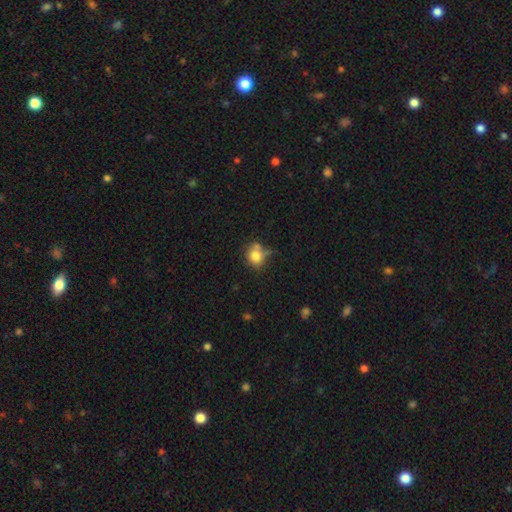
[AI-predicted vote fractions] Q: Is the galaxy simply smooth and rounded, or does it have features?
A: smooth — 78%.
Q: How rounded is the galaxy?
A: round — 68%.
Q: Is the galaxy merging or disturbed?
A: none — 53%.